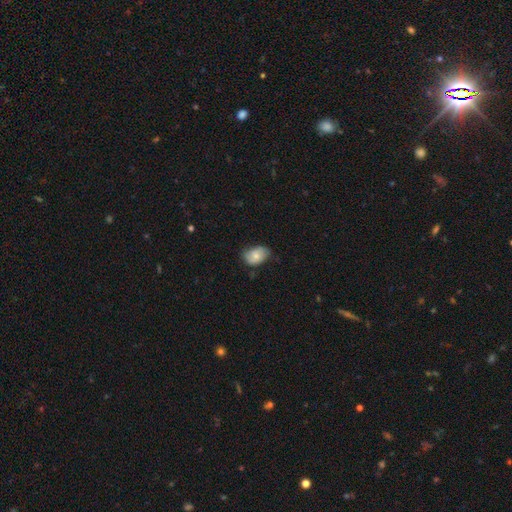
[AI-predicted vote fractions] The model was most divided on "merging": none: 59%, minor disturbance: 33%, major disturbance: 7%, merger: 1%. More confident: how rounded — in between (83%); smooth or featured — smooth (63%).